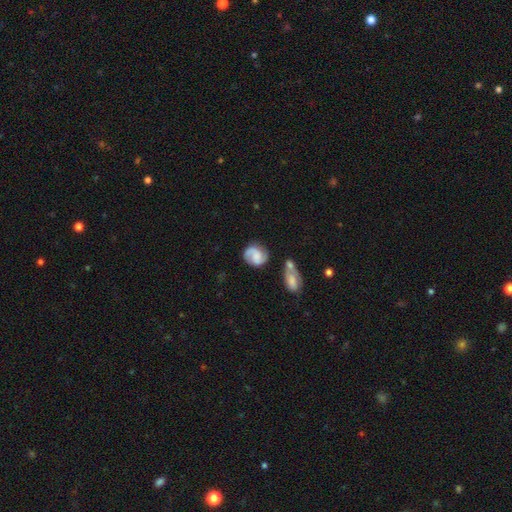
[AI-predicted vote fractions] A featured or disk galaxy (67%) with no bar (50%), 2 (85%) medium (47%) spiral arms (94%) and no central bulge (43%). Merging: none (66%).